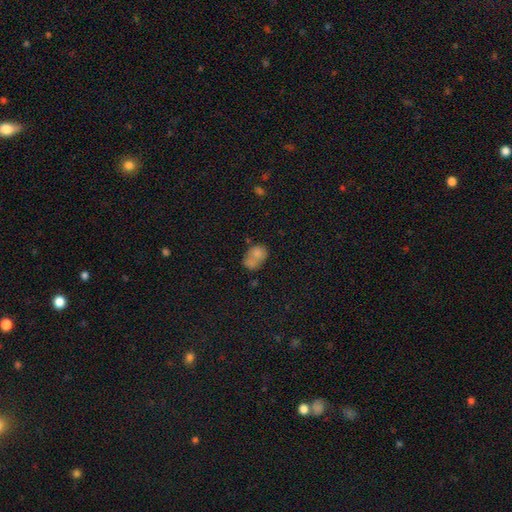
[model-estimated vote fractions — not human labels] A smooth galaxy with no disk features (74%) that is in between round and cigar-shaped (61%). Merging: merger (47%).